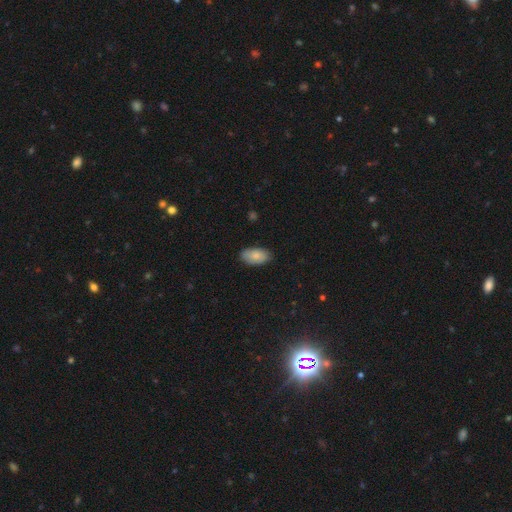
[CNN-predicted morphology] A smooth galaxy with no disk features (83%) that is in between round and cigar-shaped (95%).

Vote fractions:
- Smooth or featured? smooth: 83% / featured or disk: 10% / star or artifact: 6%
- How rounded? in between: 95% / round: 3% / cigar-shaped: 2%
- Merging? none: 83% / minor disturbance: 13% / major disturbance: 2% / merger: 1%